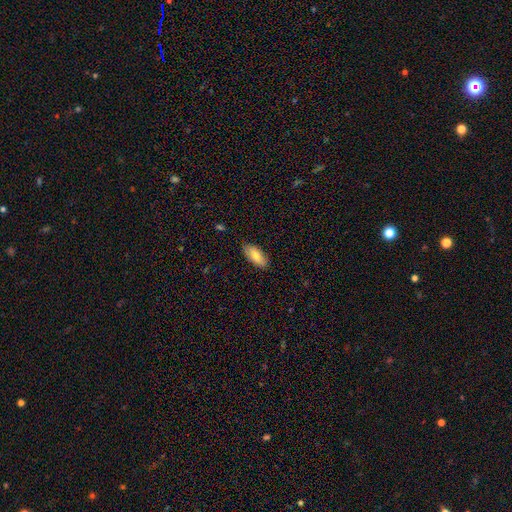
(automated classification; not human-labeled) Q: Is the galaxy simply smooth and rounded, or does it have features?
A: smooth — 75%.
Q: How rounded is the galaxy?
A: in between — 85%.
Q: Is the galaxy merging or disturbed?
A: none — 83%.